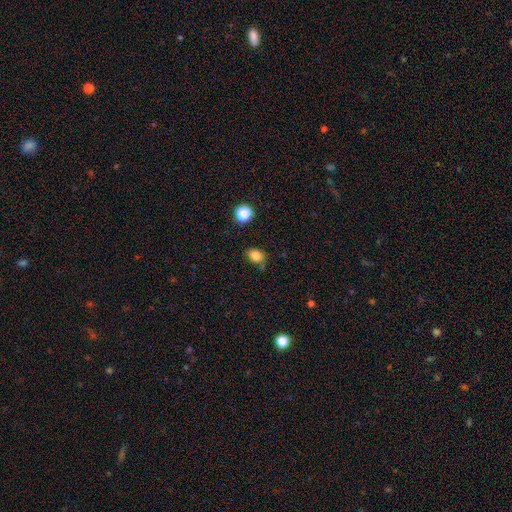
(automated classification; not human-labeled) A smooth galaxy with no disk features (83%) that is in between round and cigar-shaped (66%). Merging: none (70%).